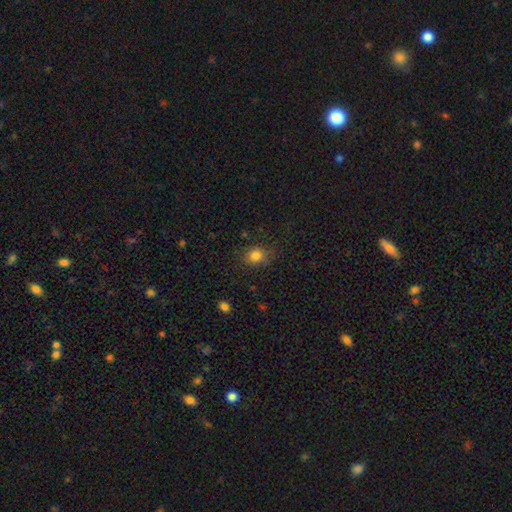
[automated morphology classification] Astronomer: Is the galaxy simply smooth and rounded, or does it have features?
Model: smooth — 81%.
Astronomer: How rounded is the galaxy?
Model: round — 65%.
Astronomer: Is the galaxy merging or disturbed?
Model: none — 75%.